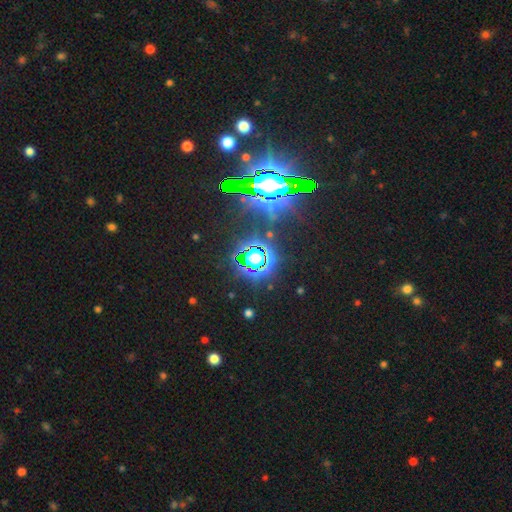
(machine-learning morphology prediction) smooth_or_featured: star or artifact (p=0.85) [alt: smooth p=0.07]